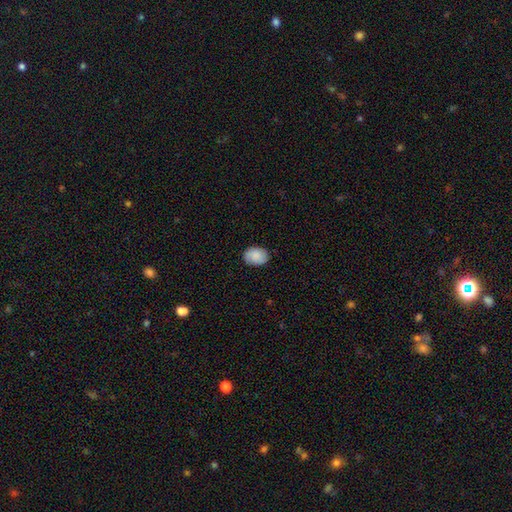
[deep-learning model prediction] Smooth or featured?
  - smooth: 84% *
  - featured or disk: 9%
  - star or artifact: 7%
How rounded?
  - in between: 67% *
  - round: 32%
  - cigar-shaped: 1%
Merging?
  - none: 82% *
  - minor disturbance: 14%
  - major disturbance: 3%
  - merger: 1%